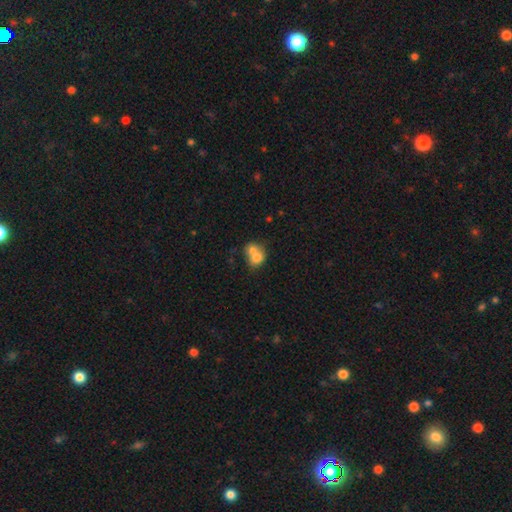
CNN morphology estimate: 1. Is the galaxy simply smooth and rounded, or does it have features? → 71% smooth, 20% featured or disk, 9% star or artifact.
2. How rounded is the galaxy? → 55% round, 44% in between, 1% cigar-shaped.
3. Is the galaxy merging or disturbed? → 70% merger, 20% none, 6% minor disturbance, 3% major disturbance.